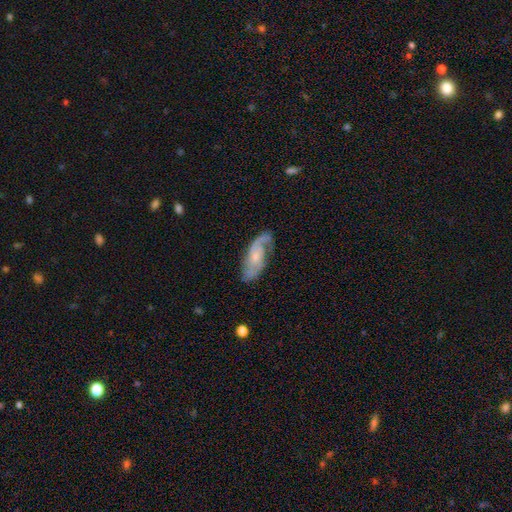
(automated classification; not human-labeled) Smooth or featured? featured or disk (79%)
Edge-on disk? no (93%)
Bar? no (63%)
Spiral arms? yes (94%)
Spiral winding? medium (46%)
Spiral arm count? 2 (75%)
Bulge size? small (61%)
Merging? none (68%)